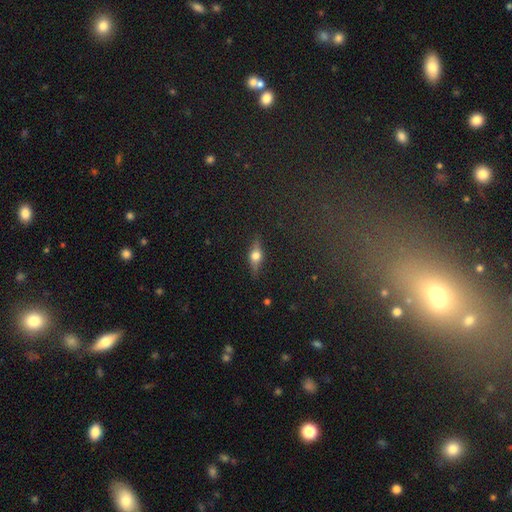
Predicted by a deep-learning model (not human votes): Morphology: type=featured or disk (54%); edge-on=yes (91%); merging=none (86%).